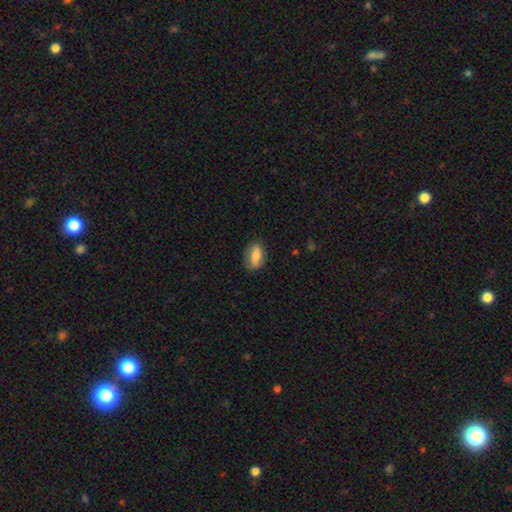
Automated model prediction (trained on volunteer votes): This appears to be a smooth galaxy with no disk features (75%) that is in between round and cigar-shaped (85%). Merging: none (80%).